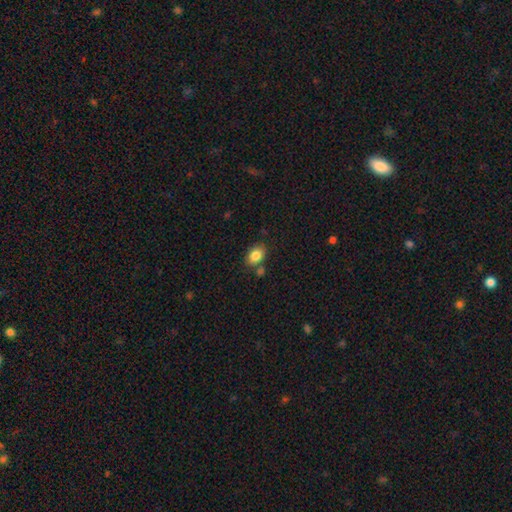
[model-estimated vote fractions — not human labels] A smooth galaxy with no disk features (84%) that is in between round and cigar-shaped (77%). Merging: none (70%).